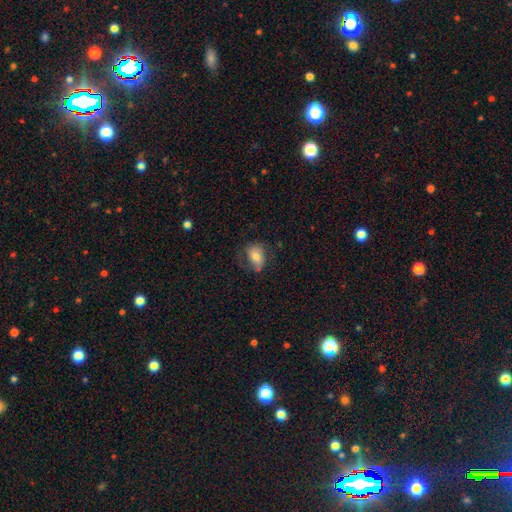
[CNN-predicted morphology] smooth 67%, featured or disk 25%, star or artifact 8%. Down the decision tree: how rounded — in between (78%); merging — none (59%).